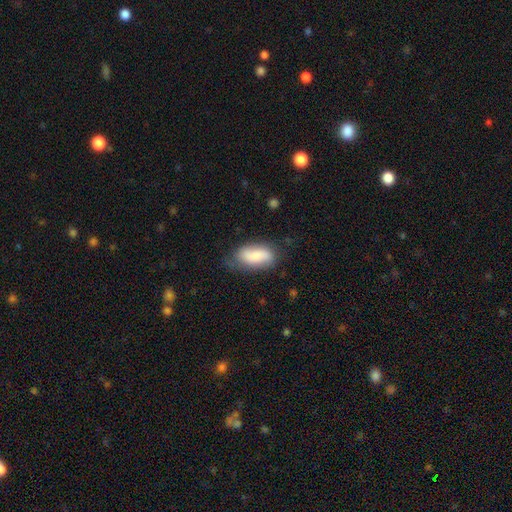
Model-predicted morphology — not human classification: smooth 69%, featured or disk 24%, star or artifact 7%. Down the decision tree: how rounded — in between (90%); merging — none (61%).